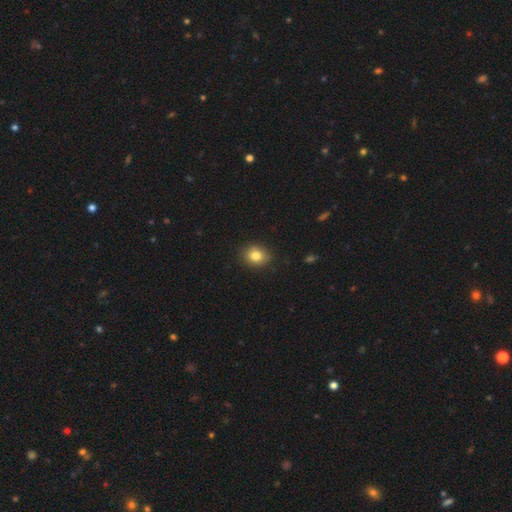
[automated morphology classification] The model was most divided on "how rounded": round: 59%, in between: 40%, cigar-shaped: 1%. More confident: merging — none (85%); smooth or featured — smooth (82%).